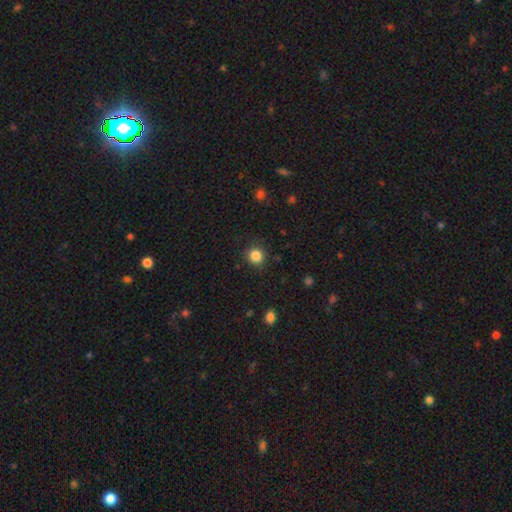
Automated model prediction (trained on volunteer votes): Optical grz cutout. It shows a smooth galaxy with no disk features (85%) that is round (90%). Merging: none (86%).